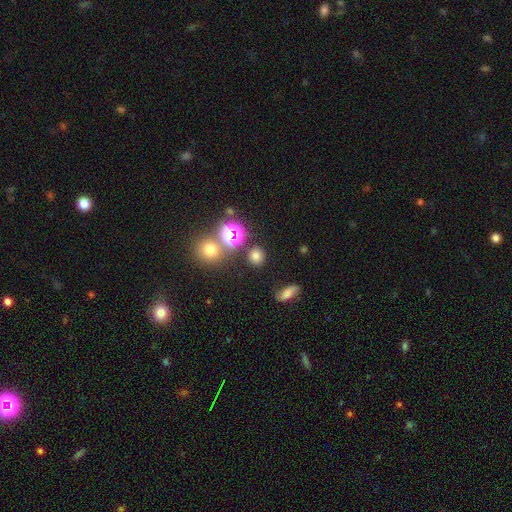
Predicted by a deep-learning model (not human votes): Smooth or featured: smooth — 69% (star or artifact — 24%)
How rounded: round — 81% (in between — 18%)
Merging: none — 83% (minor disturbance — 9%)